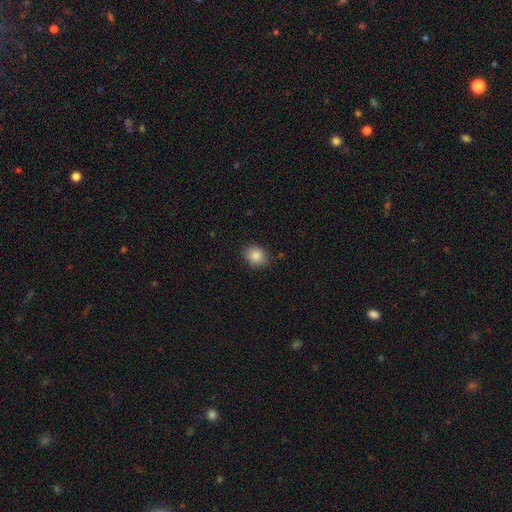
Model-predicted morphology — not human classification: Smooth or featured? Predicted: smooth (p=0.86). How rounded? Predicted: round (p=0.54). Merging? Predicted: none (p=0.85).